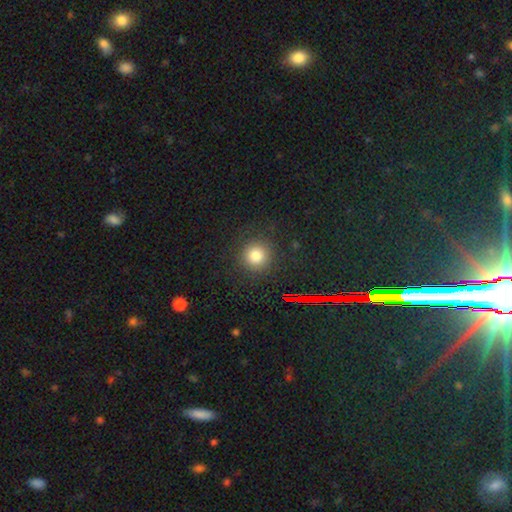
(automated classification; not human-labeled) A smooth galaxy with no disk features (79%) that is round (92%).

Vote fractions:
- Smooth or featured? smooth: 79% / star or artifact: 15% / featured or disk: 6%
- How rounded? round: 92% / in between: 7% / cigar-shaped: 1%
- Merging? none: 88% / minor disturbance: 7% / major disturbance: 4% / merger: 1%